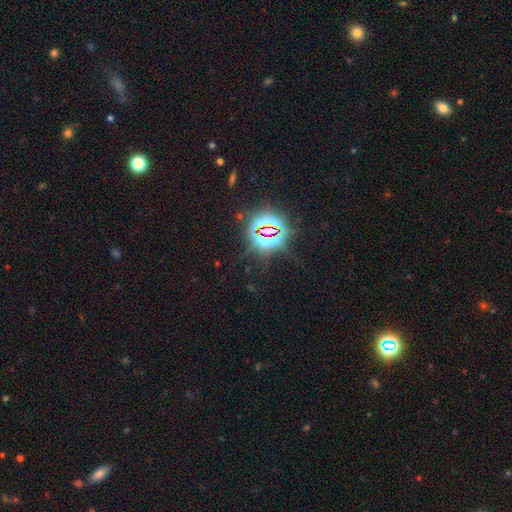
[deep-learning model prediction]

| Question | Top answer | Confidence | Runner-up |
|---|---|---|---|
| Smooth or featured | star or artifact | 82% | smooth (11%) |